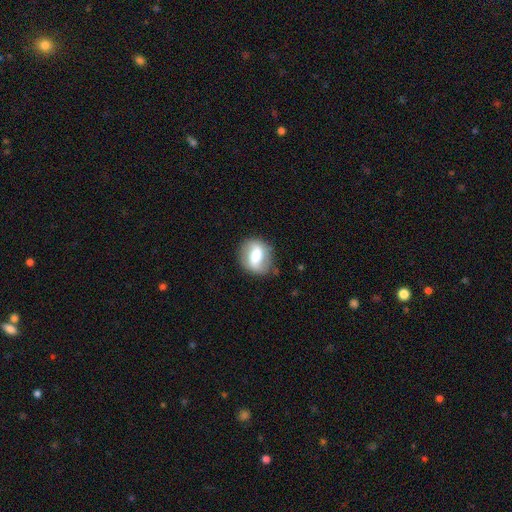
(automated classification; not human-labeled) smooth-or-featured: smooth: 49% | featured or disk: 44% | star or artifact: 7%
  merging: none: 79% | minor disturbance: 15% | major disturbance: 5% | merger: 2%